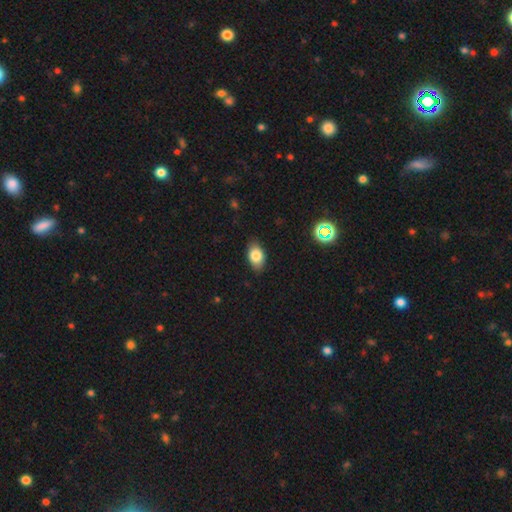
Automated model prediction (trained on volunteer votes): Smooth or featured?
  - smooth: 81% *
  - featured or disk: 10%
  - star or artifact: 9%
How rounded?
  - in between: 88% *
  - round: 10%
  - cigar-shaped: 2%
Merging?
  - none: 84% *
  - minor disturbance: 13%
  - major disturbance: 2%
  - merger: 1%